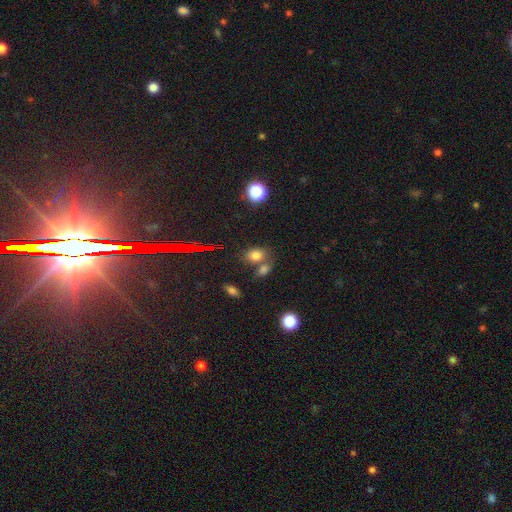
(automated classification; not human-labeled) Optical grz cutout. It shows a smooth galaxy with no disk features (72%) that is in between round and cigar-shaped (65%). Merging: none (53%).